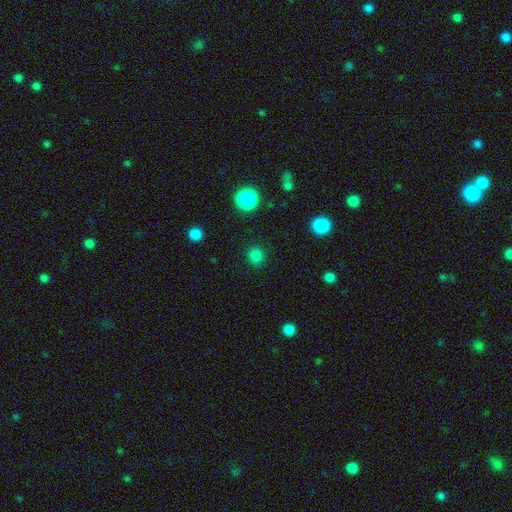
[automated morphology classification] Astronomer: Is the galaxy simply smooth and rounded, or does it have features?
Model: smooth — 81%.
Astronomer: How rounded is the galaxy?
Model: round — 90%.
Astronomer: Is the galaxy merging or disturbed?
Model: none — 89%.